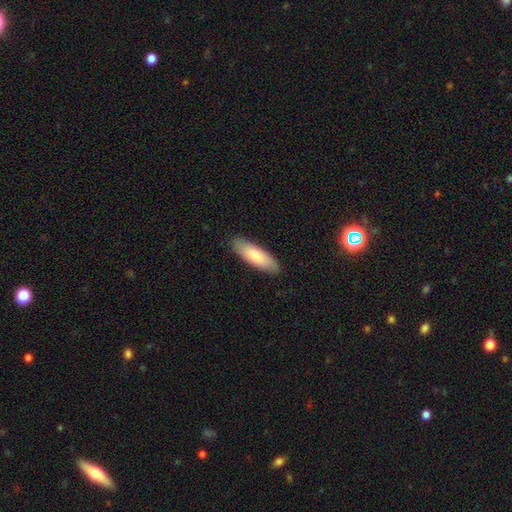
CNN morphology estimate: A smooth galaxy with no disk features (80%) that is in between round and cigar-shaped (55%).

Vote fractions:
- Smooth or featured? smooth: 80% / featured or disk: 15% / star or artifact: 5%
- How rounded? in between: 55% / cigar-shaped: 44% / round: 1%
- Merging? none: 87% / minor disturbance: 10% / major disturbance: 2% / merger: 1%